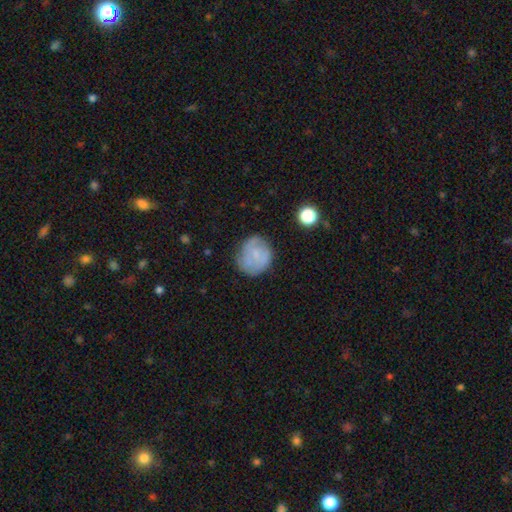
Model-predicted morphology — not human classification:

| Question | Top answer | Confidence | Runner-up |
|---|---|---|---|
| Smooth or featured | smooth | 54% | featured or disk (38%) |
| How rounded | round | 80% | in between (19%) |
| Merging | none | 68% | minor disturbance (22%) |